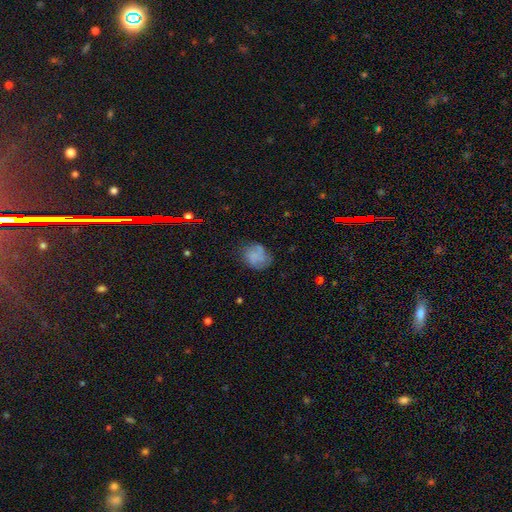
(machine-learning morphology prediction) A smooth galaxy with no disk features (59%) that is round (59%).

Vote fractions:
- Smooth or featured? smooth: 59% / featured or disk: 29% / star or artifact: 12%
- How rounded? round: 59% / in between: 40% / cigar-shaped: 1%
- Merging? none: 57% / minor disturbance: 27% / major disturbance: 13% / merger: 3%